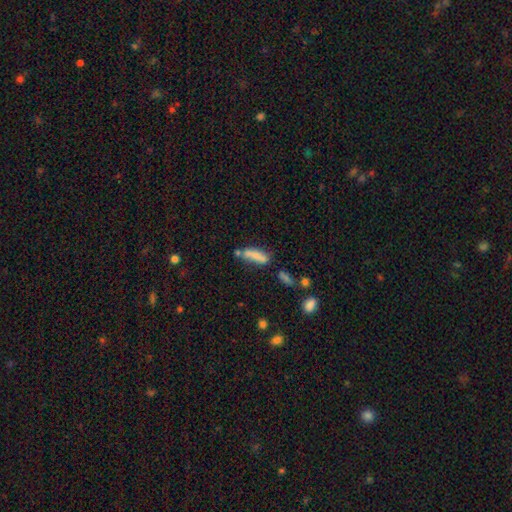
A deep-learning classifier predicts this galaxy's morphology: This is likely a smooth galaxy (75%). How rounded: possibly cigar-shaped (54%). Merging: possibly none (53%).